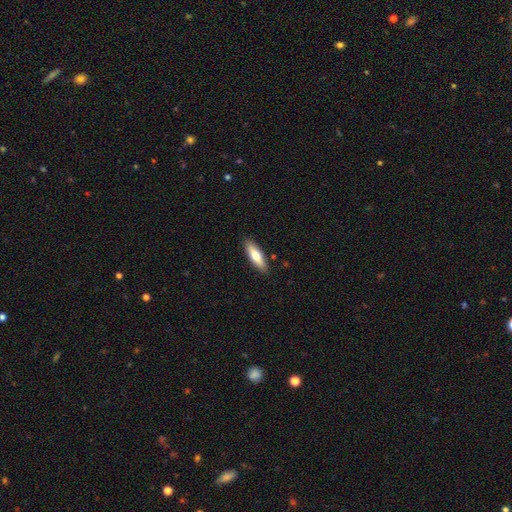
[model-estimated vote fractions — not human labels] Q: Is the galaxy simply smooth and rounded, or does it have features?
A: smooth — 68%.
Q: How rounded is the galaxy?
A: cigar-shaped — 55%.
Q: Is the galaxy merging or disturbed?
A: none — 89%.